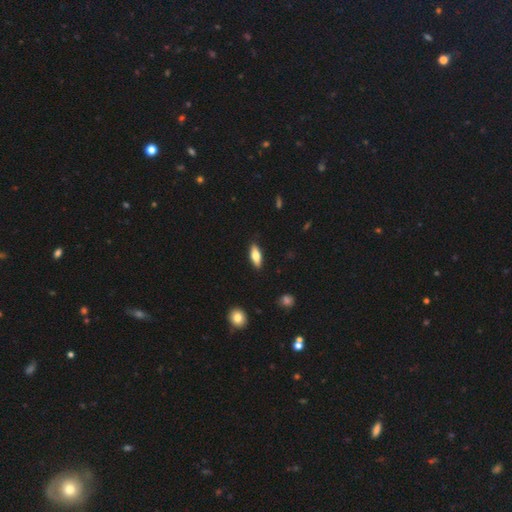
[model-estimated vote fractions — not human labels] Q: Smooth or featured?
A: smooth (71%); runner-up: featured or disk (23%)
Q: How rounded?
A: in between (70%); runner-up: cigar-shaped (28%)
Q: Merging?
A: none (88%); runner-up: minor disturbance (9%)